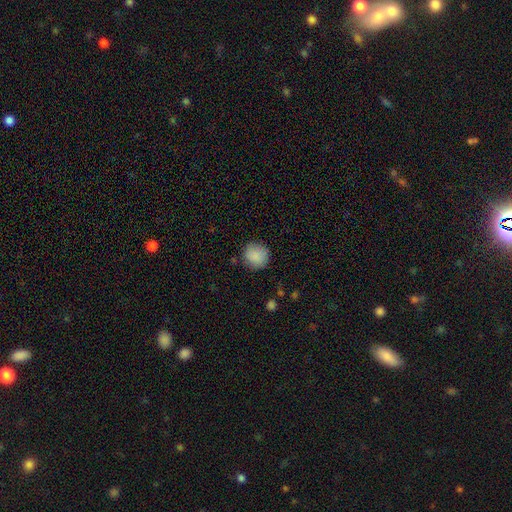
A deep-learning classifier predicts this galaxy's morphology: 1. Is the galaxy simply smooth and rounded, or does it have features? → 87% smooth, 8% star or artifact, 5% featured or disk.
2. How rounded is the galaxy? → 91% round, 8% in between, 1% cigar-shaped.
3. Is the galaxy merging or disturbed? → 82% none, 13% minor disturbance, 3% major disturbance, 1% merger.